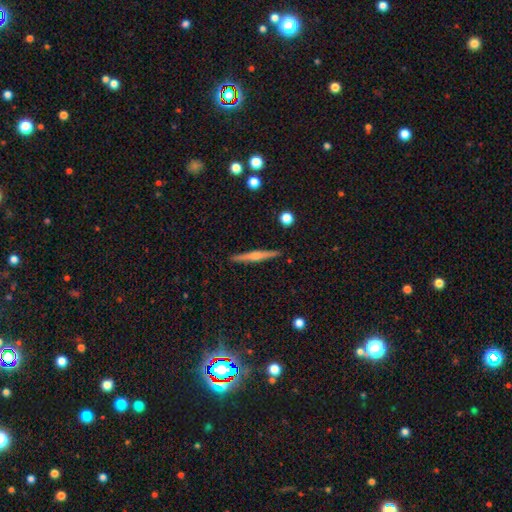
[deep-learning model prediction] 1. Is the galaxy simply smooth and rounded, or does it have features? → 63% featured or disk, 30% smooth, 6% star or artifact.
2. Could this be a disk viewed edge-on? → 98% yes, 2% no.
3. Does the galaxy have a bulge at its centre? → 71% rounded, 16% none, 14% boxy.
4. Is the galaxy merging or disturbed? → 91% none, 6% minor disturbance, 1% major disturbance, 1% merger.